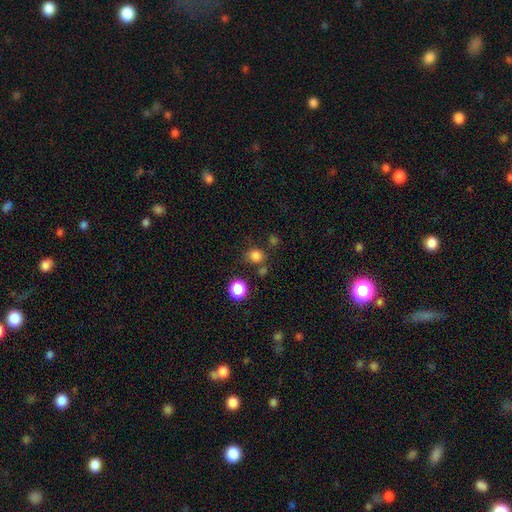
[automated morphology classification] Smooth or featured? Predicted: smooth (p=0.80). How rounded? Predicted: round (p=0.81). Merging? Predicted: none (p=0.73).